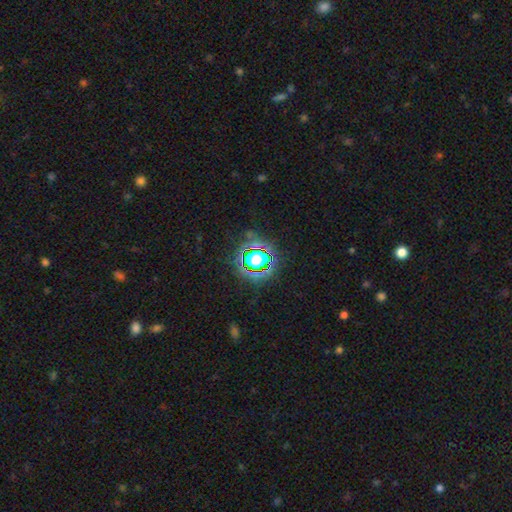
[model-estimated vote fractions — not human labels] smooth_or_featured: star or artifact (p=0.77) [alt: smooth p=0.15]